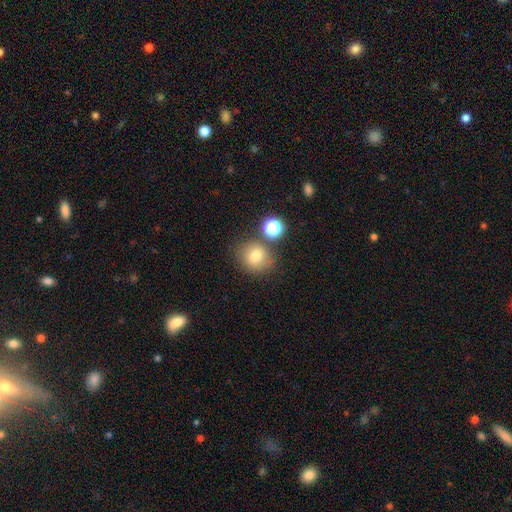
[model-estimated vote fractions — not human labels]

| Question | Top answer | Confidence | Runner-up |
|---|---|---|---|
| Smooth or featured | smooth | 76% | star or artifact (13%) |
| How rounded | round | 79% | in between (20%) |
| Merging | none | 70% | merger (13%) |